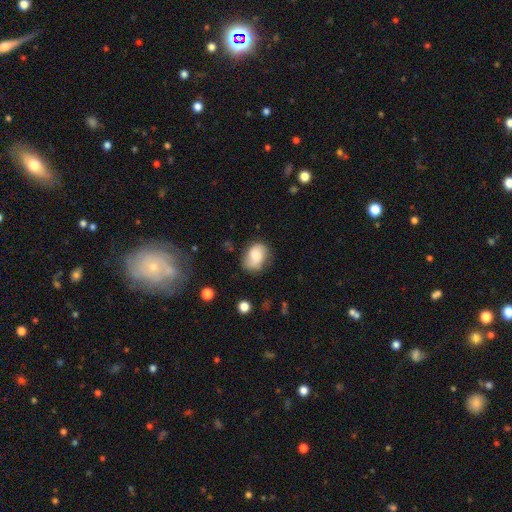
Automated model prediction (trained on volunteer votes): Morphology: type=smooth (68%); roundness=in between (72%); merging=none (63%).